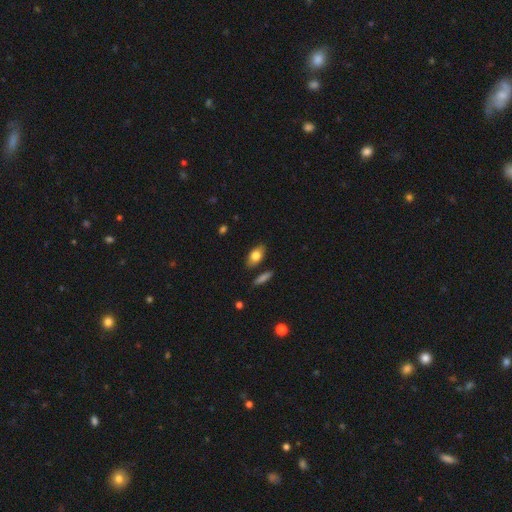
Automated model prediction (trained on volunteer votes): Smooth or featured?
  - smooth: 77% *
  - featured or disk: 16%
  - star or artifact: 7%
How rounded?
  - in between: 88% *
  - cigar-shaped: 6%
  - round: 6%
Merging?
  - none: 84% *
  - minor disturbance: 11%
  - merger: 3%
  - major disturbance: 2%